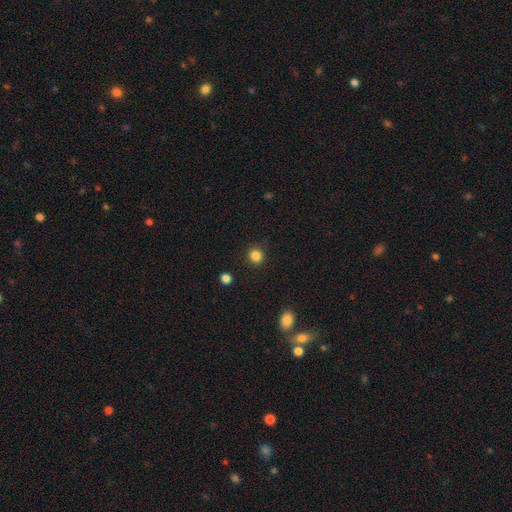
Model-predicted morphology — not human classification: A smooth galaxy with no disk features (84%) that is round (93%).

Vote fractions:
- Smooth or featured? smooth: 84% / star or artifact: 12% / featured or disk: 4%
- How rounded? round: 93% / in between: 6% / cigar-shaped: 1%
- Merging? none: 90% / minor disturbance: 6% / major disturbance: 2% / merger: 1%